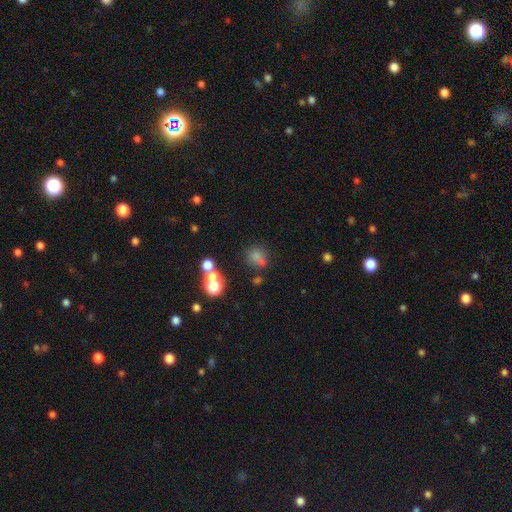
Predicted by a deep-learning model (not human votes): A smooth galaxy with no disk features (64%) that is round (81%).

Vote fractions:
- Smooth or featured? smooth: 64% / star or artifact: 25% / featured or disk: 11%
- How rounded? round: 81% / in between: 18% / cigar-shaped: 1%
- Merging? none: 61% / merger: 21% / minor disturbance: 12% / major disturbance: 6%